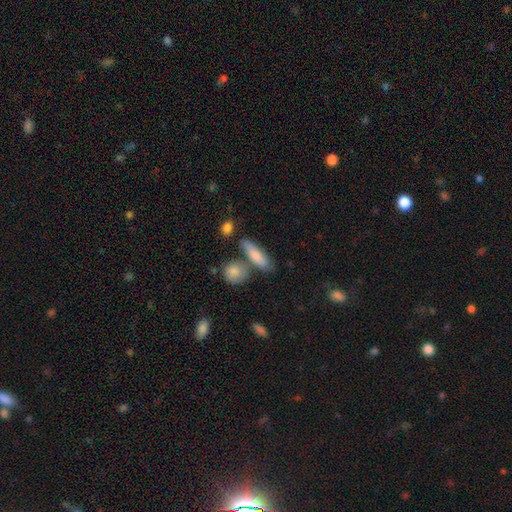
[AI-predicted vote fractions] Q: Smooth or featured?
A: smooth (78%); runner-up: featured or disk (15%)
Q: How rounded?
A: cigar-shaped (50%); runner-up: in between (45%)
Q: Merging?
A: none (65%); runner-up: merger (16%)